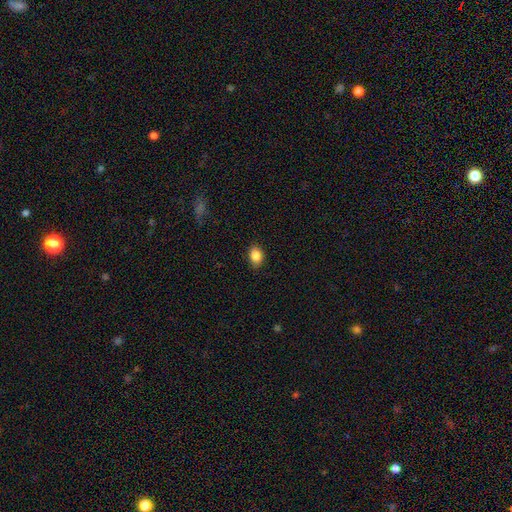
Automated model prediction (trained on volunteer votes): Q: Smooth or featured?
A: smooth (86%); runner-up: star or artifact (9%)
Q: How rounded?
A: in between (67%); runner-up: round (32%)
Q: Merging?
A: none (88%); runner-up: minor disturbance (9%)